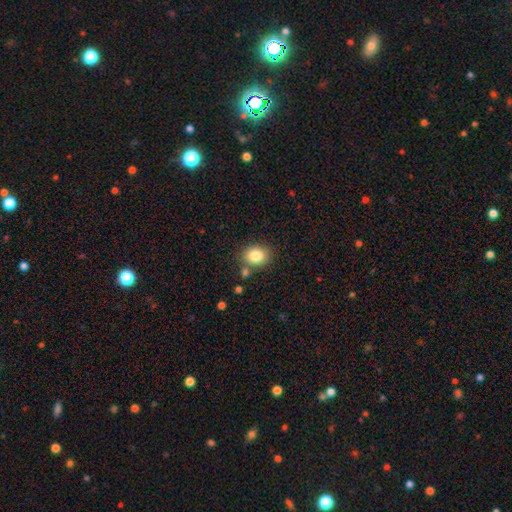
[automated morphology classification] type=smooth (83%); roundness=round (51%); merging=none (78%).